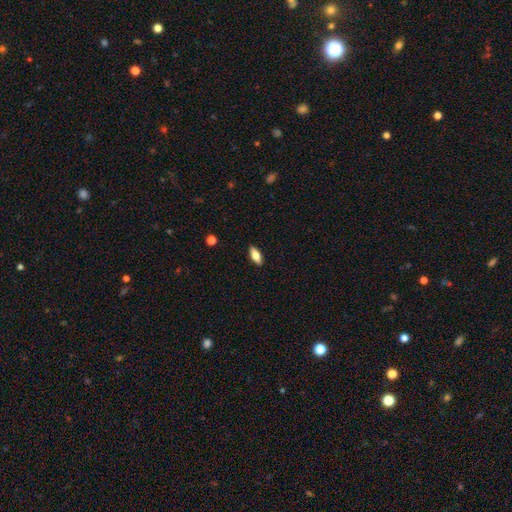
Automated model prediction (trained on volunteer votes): A smooth galaxy with no disk features (72%) that is in between round and cigar-shaped (80%). Merging: none (90%).